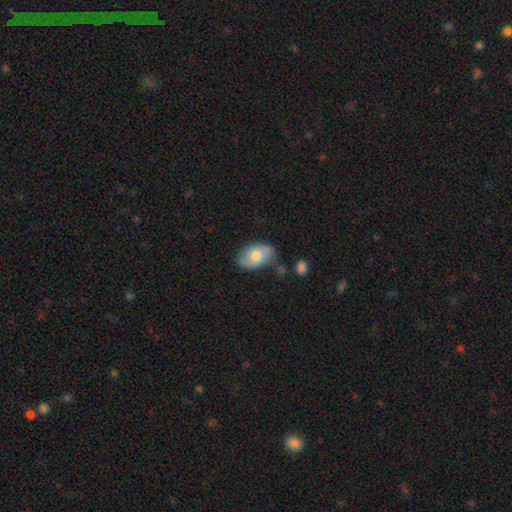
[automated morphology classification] A smooth galaxy with no disk features (71%) that is in between round and cigar-shaped (91%).

Vote fractions:
- Smooth or featured? smooth: 71% / featured or disk: 23% / star or artifact: 6%
- How rounded? in between: 91% / round: 8% / cigar-shaped: 1%
- Merging? none: 68% / minor disturbance: 22% / major disturbance: 5% / merger: 5%